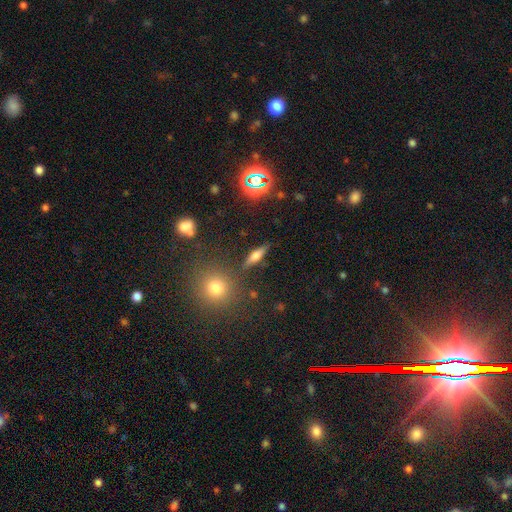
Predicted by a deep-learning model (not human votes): A featured or disk galaxy (48%). Merging: none (84%).